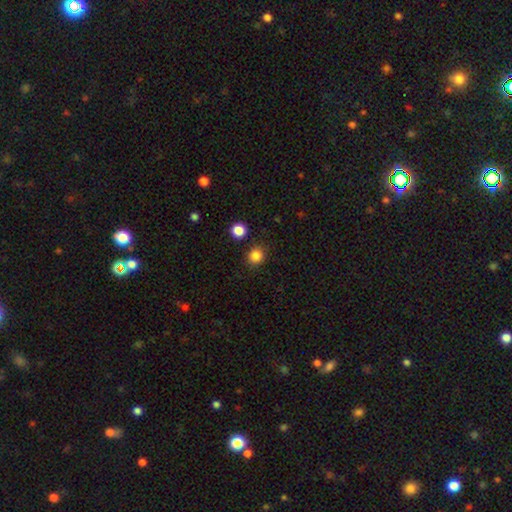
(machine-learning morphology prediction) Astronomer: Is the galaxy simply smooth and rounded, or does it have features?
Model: smooth — 85%.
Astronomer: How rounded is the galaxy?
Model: round — 88%.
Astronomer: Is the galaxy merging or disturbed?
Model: none — 87%.